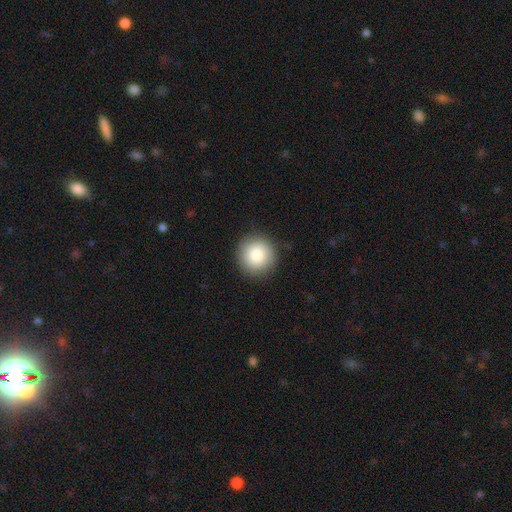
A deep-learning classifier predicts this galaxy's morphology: This appears to be a smooth galaxy with no disk features (82%) that is round (94%). Merging: none (90%).